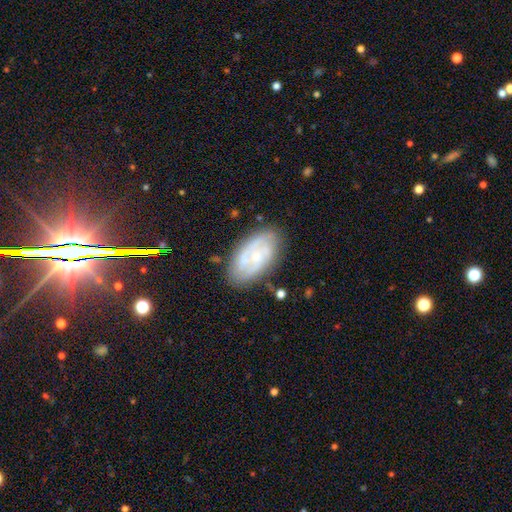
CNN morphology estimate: Overall: featured or disk (73%). Edge-on disk: no (95%). Bar: no (65%; weak 29%). Spiral arms: yes (85%). Spiral arm count: 2 (45%; can't tell 30%). Spiral winding: tight (50%; medium 38%). Bulge size: small (65%; moderate 28%). Merging: none (76%).